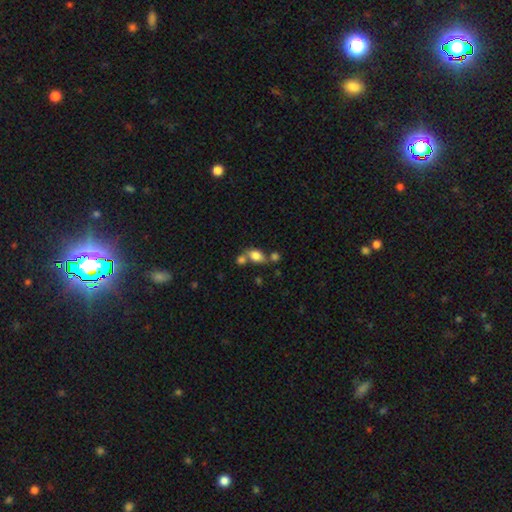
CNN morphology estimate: type=smooth (78%); roundness=in between (73%); merging=none (46%).